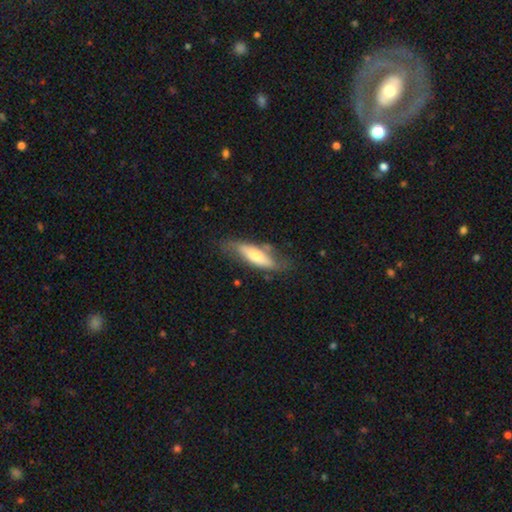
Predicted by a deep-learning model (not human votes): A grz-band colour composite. It shows a smooth galaxy with no disk features (47%, tied with featured or disk). Merging: none (62%).